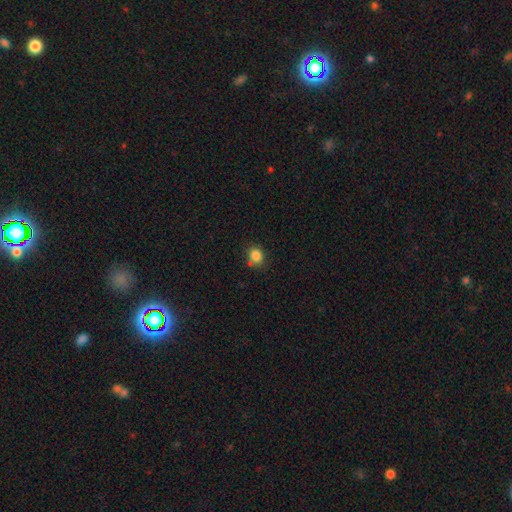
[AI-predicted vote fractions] smooth 84%, star or artifact 11%, featured or disk 5%. Down the decision tree: how rounded — round (66%); merging — none (72%).